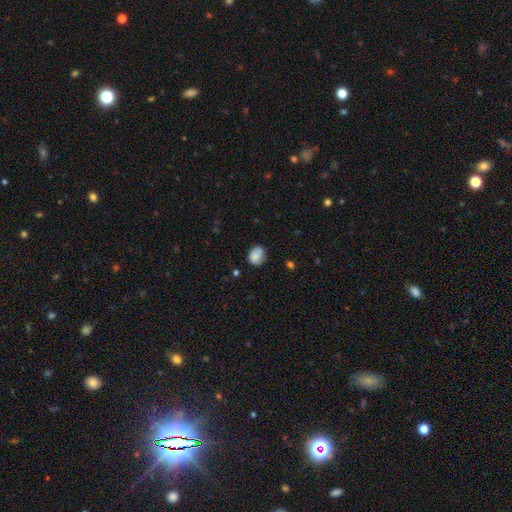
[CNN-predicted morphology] Q: Smooth or featured?
A: smooth (75%); runner-up: featured or disk (16%)
Q: How rounded?
A: round (51%); runner-up: in between (48%)
Q: Merging?
A: none (72%); runner-up: minor disturbance (21%)